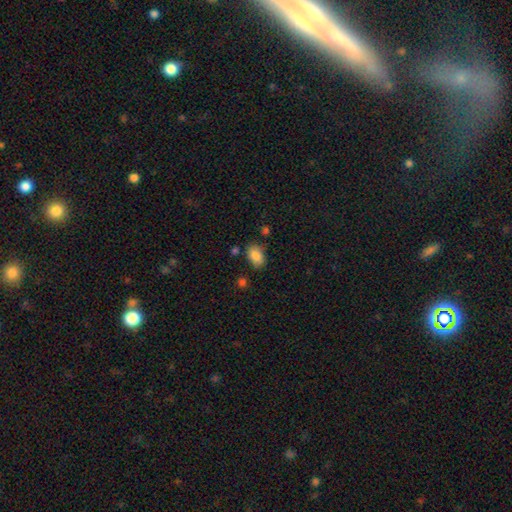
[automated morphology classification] This is clearly a smooth galaxy (87%). How rounded: clearly in between (87%). Merging: likely none (74%).